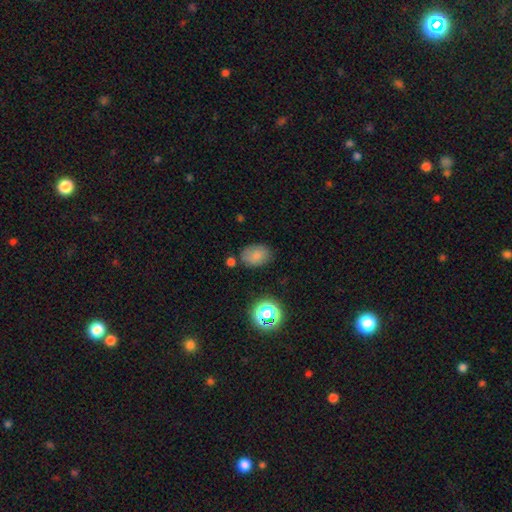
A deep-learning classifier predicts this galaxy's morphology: Q: Smooth or featured?
A: smooth (79%); runner-up: star or artifact (13%)
Q: How rounded?
A: in between (75%); runner-up: round (24%)
Q: Merging?
A: none (74%); runner-up: minor disturbance (17%)